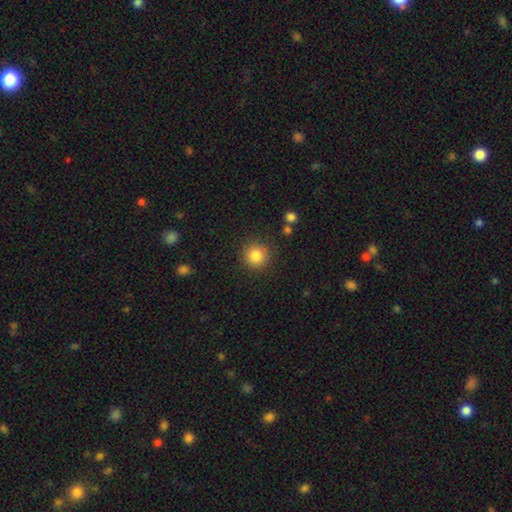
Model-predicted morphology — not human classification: A smooth galaxy with no disk features (84%) that is round (93%).

Vote fractions:
- Smooth or featured? smooth: 84% / star or artifact: 10% / featured or disk: 5%
- How rounded? round: 93% / in between: 6% / cigar-shaped: 1%
- Merging? none: 88% / minor disturbance: 8% / major disturbance: 3% / merger: 2%